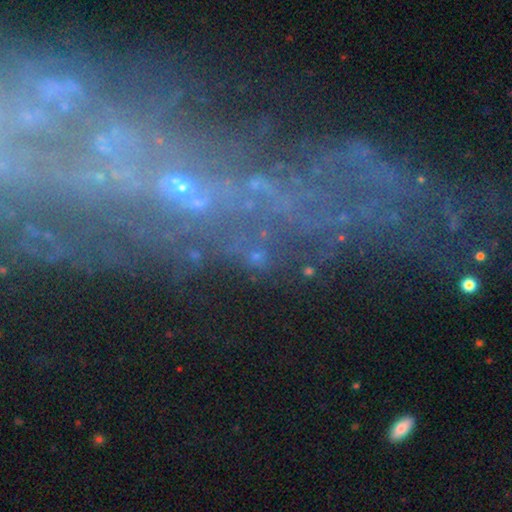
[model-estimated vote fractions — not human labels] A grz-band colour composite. It shows a star or artifact, not a galaxy (41%).